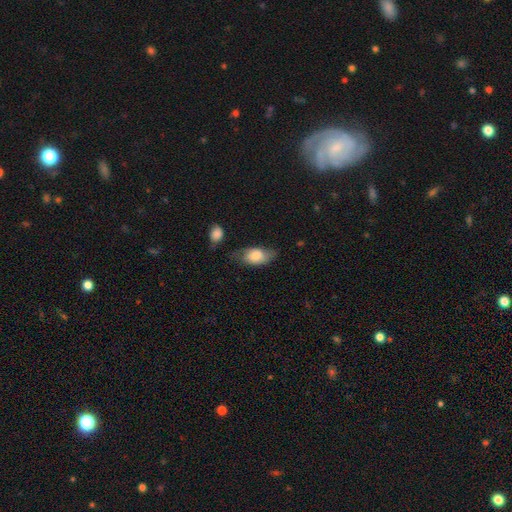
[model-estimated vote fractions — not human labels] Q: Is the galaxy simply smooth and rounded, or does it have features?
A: smooth — 71%.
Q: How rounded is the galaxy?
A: in between — 89%.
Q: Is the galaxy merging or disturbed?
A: none — 57%.